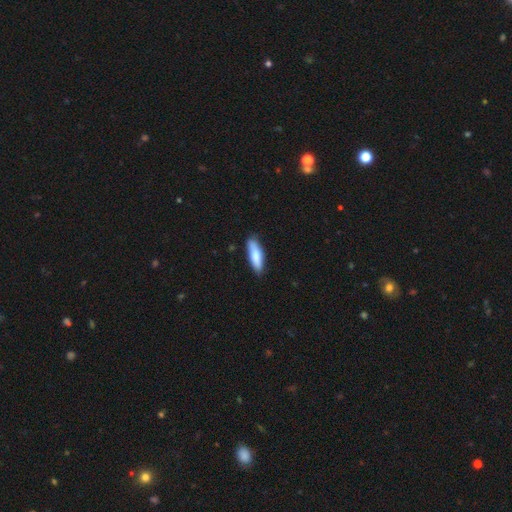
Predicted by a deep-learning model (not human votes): A smooth galaxy with no disk features (82%) that is cigar-shaped (57%).

Vote fractions:
- Smooth or featured? smooth: 82% / featured or disk: 12% / star or artifact: 5%
- How rounded? cigar-shaped: 57% / in between: 41% / round: 2%
- Merging? none: 83% / minor disturbance: 14% / major disturbance: 2% / merger: 1%